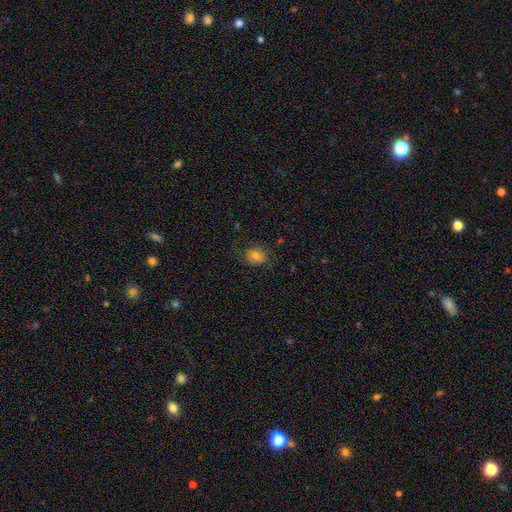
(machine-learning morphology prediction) smooth_or_featured: smooth (p=0.75) [alt: star or artifact p=0.14]
how_rounded: in between (p=0.52) [alt: round p=0.47]
merging: none (p=0.78) [alt: minor disturbance p=0.16]